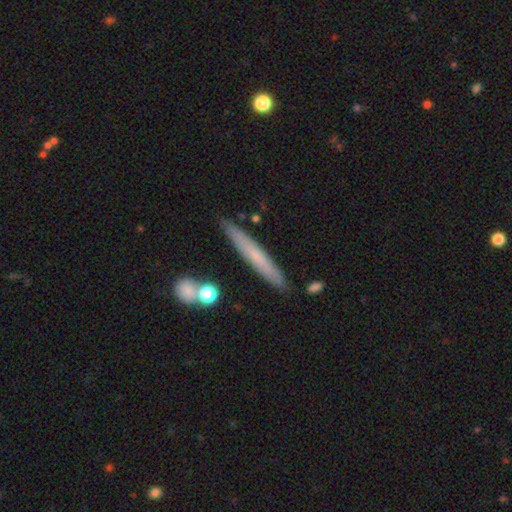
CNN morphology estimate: A smooth galaxy with no disk features (57%) that is cigar-shaped (95%). Merging: none (86%).